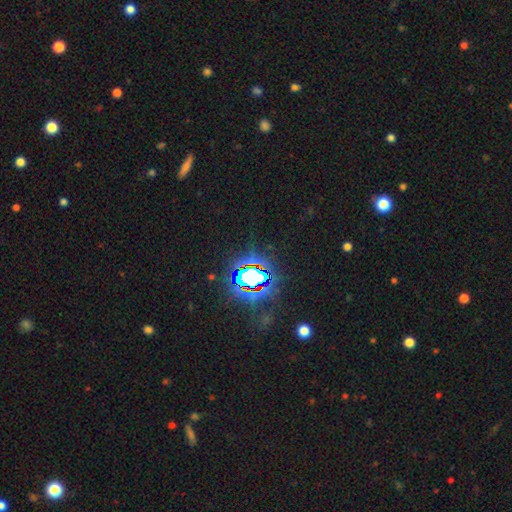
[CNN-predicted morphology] star or artifact 82%, smooth 10%, featured or disk 7%.